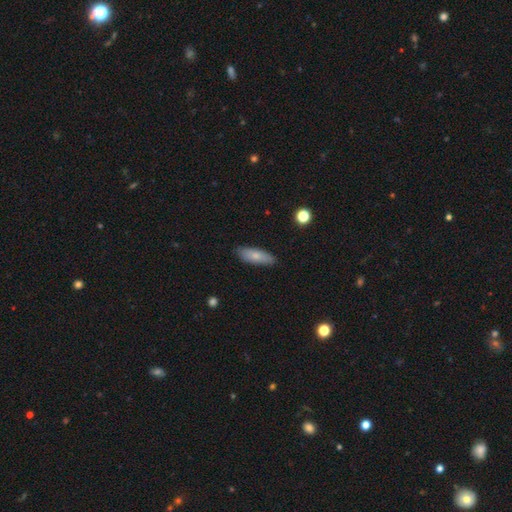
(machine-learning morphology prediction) The model was most divided on "how rounded": in between: 58%, cigar-shaped: 40%, round: 2%. More confident: merging — none (85%); smooth or featured — smooth (75%).